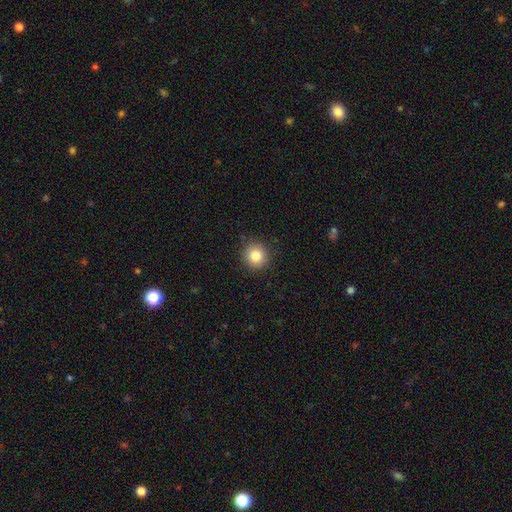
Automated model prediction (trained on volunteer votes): This appears to be a smooth galaxy with no disk features (83%) that is round (91%). Merging: none (90%).